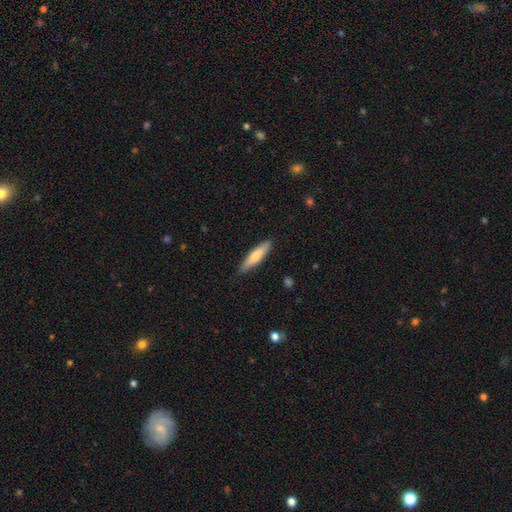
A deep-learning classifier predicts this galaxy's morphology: smooth-or-featured: smooth: 71% | featured or disk: 24% | star or artifact: 5%
  how-rounded: cigar-shaped: 79% | in between: 19% | round: 1%
  merging: none: 87% | minor disturbance: 10% | major disturbance: 2% | merger: 1%